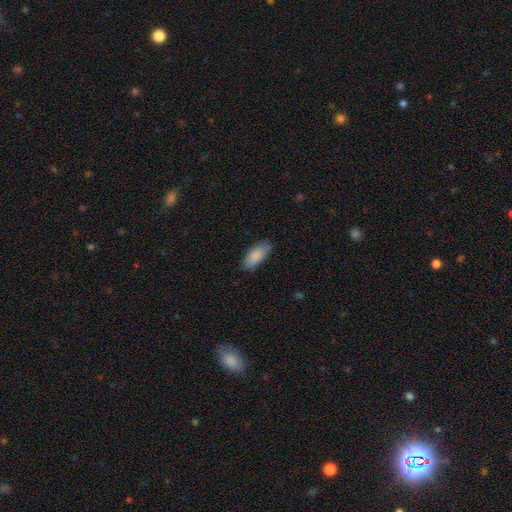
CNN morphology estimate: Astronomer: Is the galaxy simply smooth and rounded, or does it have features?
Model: smooth — 88%.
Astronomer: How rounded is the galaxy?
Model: in between — 84%.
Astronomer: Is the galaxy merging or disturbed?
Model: none — 81%.